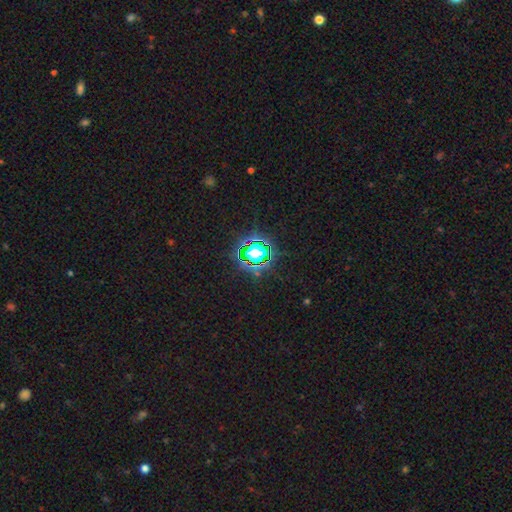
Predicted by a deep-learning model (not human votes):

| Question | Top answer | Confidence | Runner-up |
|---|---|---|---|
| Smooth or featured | star or artifact | 70% | smooth (20%) |